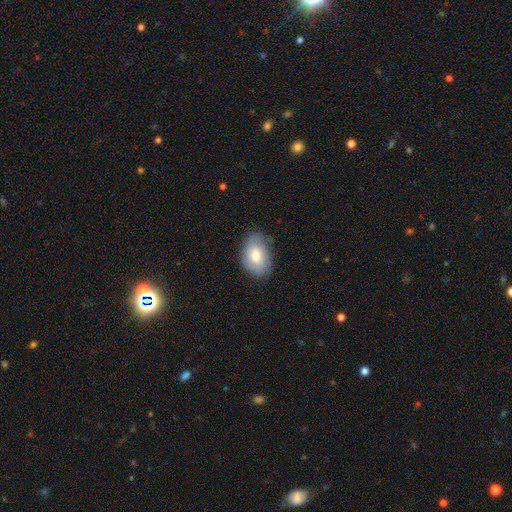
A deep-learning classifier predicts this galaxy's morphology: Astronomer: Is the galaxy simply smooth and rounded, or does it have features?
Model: smooth — 70%.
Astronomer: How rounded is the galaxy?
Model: in between — 88%.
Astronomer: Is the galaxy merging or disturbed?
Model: none — 75%.